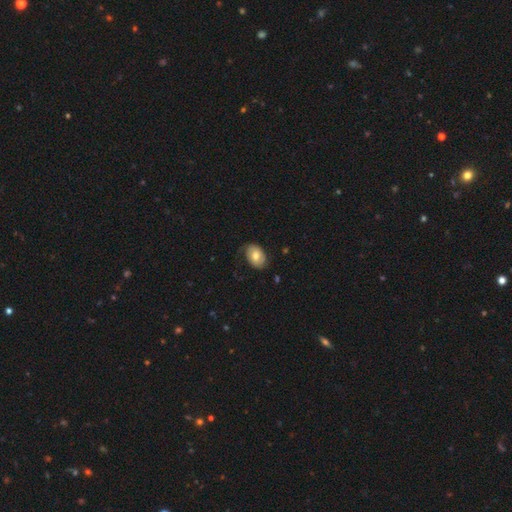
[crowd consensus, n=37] A smooth galaxy with no disk features (59%) that is in between round and cigar-shaped (86%).

Vote fractions:
- Smooth or featured? smooth: 59% / featured or disk: 38% / star or artifact: 3%
- How rounded? in between: 86% / round: 14% / cigar-shaped: 0%
- Merging? none: 53% / minor disturbance: 31% / major disturbance: 17% / merger: 0%